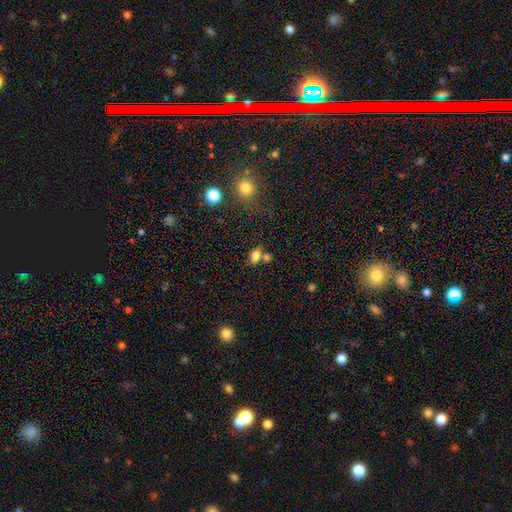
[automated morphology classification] A smooth galaxy with no disk features (80%) that is in between round and cigar-shaped (81%).

Vote fractions:
- Smooth or featured? smooth: 80% / star or artifact: 11% / featured or disk: 9%
- How rounded? in between: 81% / round: 16% / cigar-shaped: 3%
- Merging? none: 52% / merger: 30% / minor disturbance: 13% / major disturbance: 5%